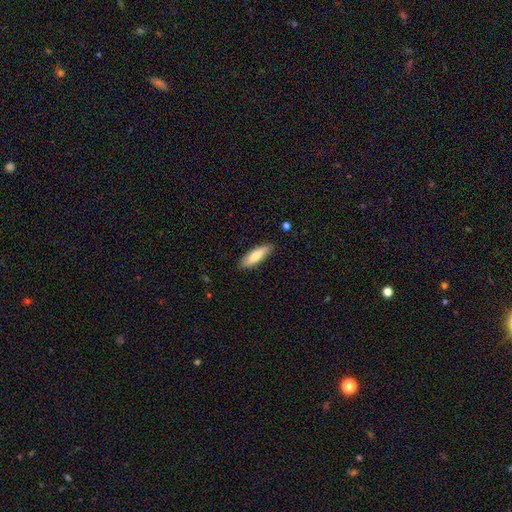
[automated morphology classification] smooth_or_featured: smooth (p=0.75) [alt: featured or disk p=0.19]
how_rounded: cigar-shaped (p=0.55) [alt: in between p=0.43]
merging: none (p=0.87) [alt: minor disturbance p=0.10]